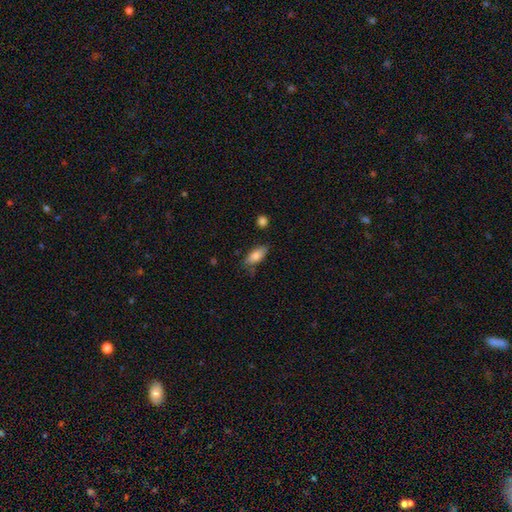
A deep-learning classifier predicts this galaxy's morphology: type=smooth (81%); roundness=in between (86%); merging=none (71%).